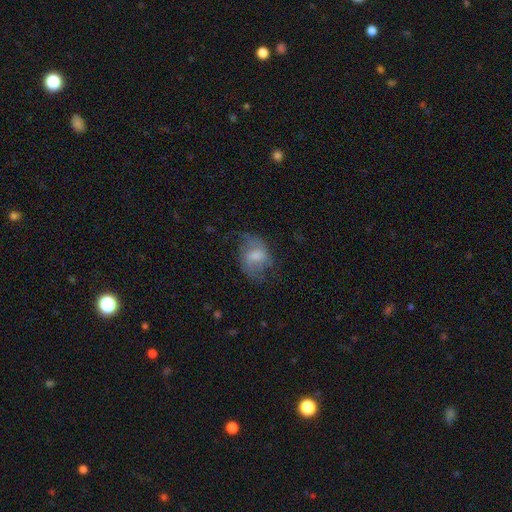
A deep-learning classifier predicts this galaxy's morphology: Smooth or featured? featured or disk (54%)
Edge-on disk? no (97%)
Bar? weak (49%)
Spiral arms? yes (79%)
Bulge size? moderate (41%)
Merging? none (50%)